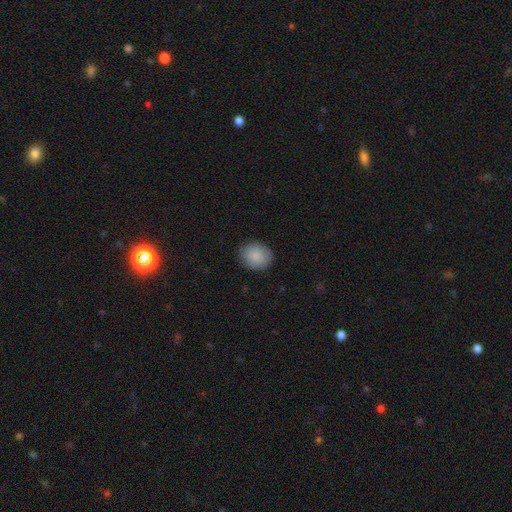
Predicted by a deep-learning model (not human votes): Smooth or featured? Predicted: smooth (p=0.89). How rounded? Predicted: round (p=0.64). Merging? Predicted: none (p=0.87).